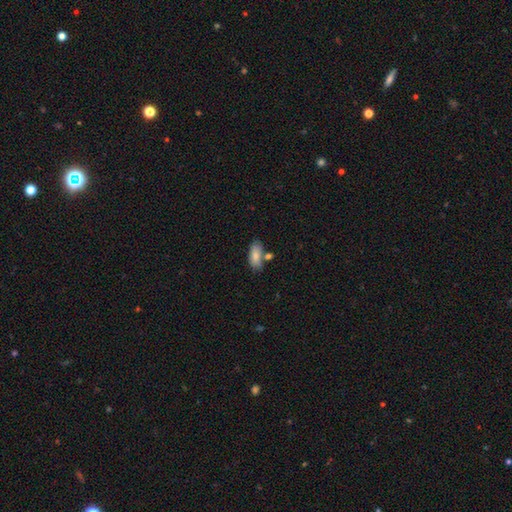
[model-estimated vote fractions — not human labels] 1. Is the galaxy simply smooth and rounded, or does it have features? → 82% smooth, 12% featured or disk, 7% star or artifact.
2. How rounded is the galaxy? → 87% in between, 10% cigar-shaped, 3% round.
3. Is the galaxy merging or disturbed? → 63% none, 17% minor disturbance, 16% merger, 4% major disturbance.